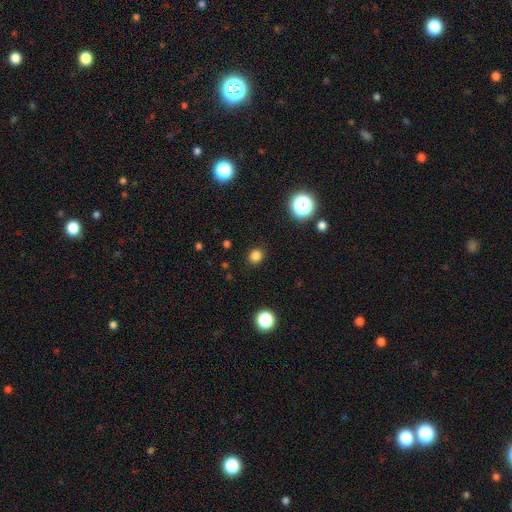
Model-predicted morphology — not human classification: smooth 81%, star or artifact 15%, featured or disk 4%. Down the decision tree: how rounded — round (80%); merging — none (89%).